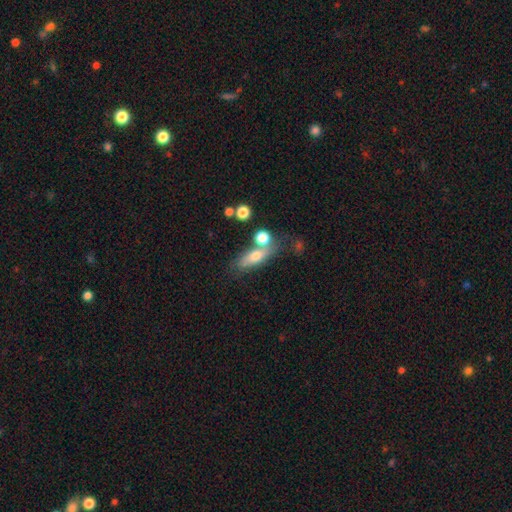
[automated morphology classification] smooth 64%, featured or disk 26%, star or artifact 9%. Down the decision tree: how rounded — in between (51%); merging — none (55%).